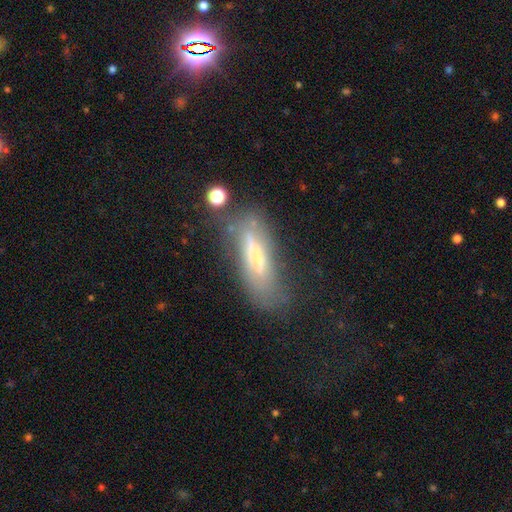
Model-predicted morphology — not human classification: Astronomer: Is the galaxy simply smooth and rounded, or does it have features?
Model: smooth — 46% (runner-up: featured or disk, 44%).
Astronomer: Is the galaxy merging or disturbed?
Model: none — 52%.